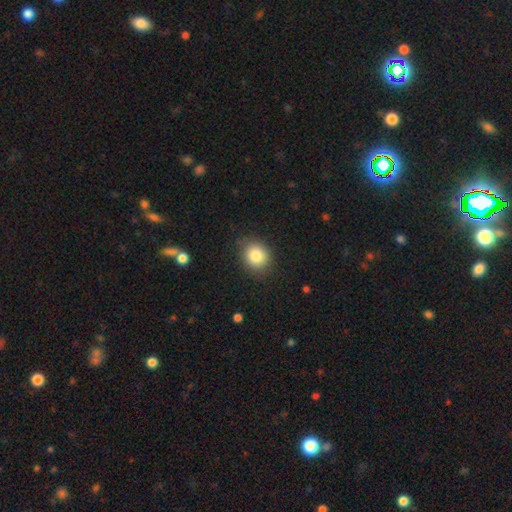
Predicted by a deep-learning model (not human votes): smooth_or_featured: smooth (p=0.83) [alt: star or artifact p=0.09]
how_rounded: round (p=0.68) [alt: in between p=0.31]
merging: none (p=0.81) [alt: minor disturbance p=0.14]